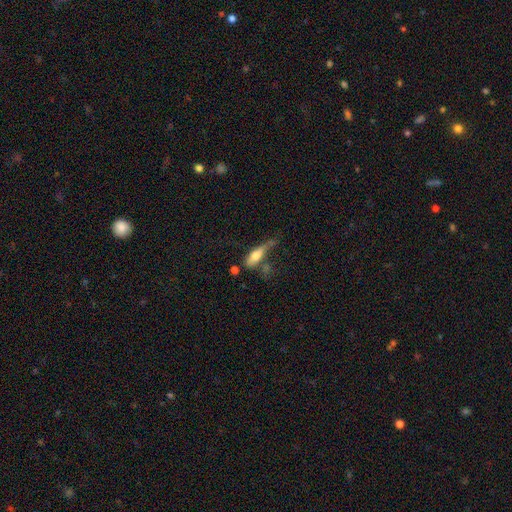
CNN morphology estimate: The model was most divided on "merging": none: 33%, minor disturbance: 28%, major disturbance: 25%, merger: 14%. More confident: smooth or featured — smooth (64%); how rounded — in between (55%).